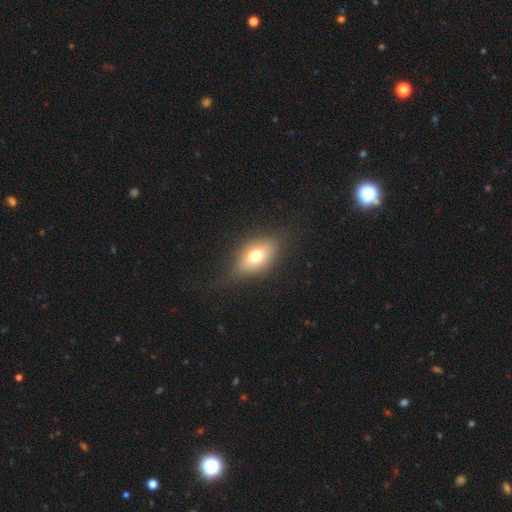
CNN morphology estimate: Smooth or featured?
  - smooth: 70% *
  - featured or disk: 20%
  - star or artifact: 10%
How rounded?
  - in between: 81% *
  - round: 16%
  - cigar-shaped: 3%
Merging?
  - none: 73% *
  - minor disturbance: 19%
  - major disturbance: 7%
  - merger: 1%